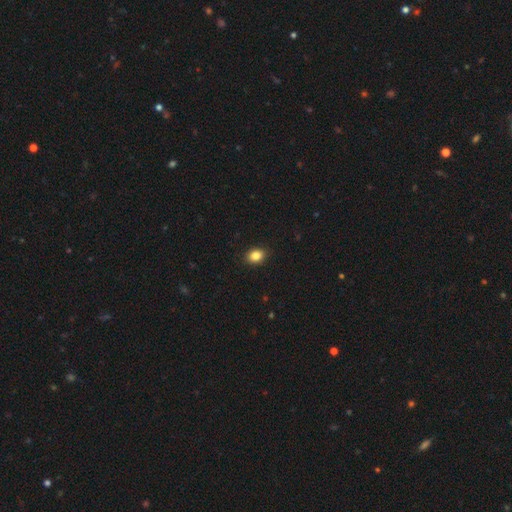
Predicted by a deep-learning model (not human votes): Morphology: type=smooth (86%); roundness=in between (63%); merging=none (90%).